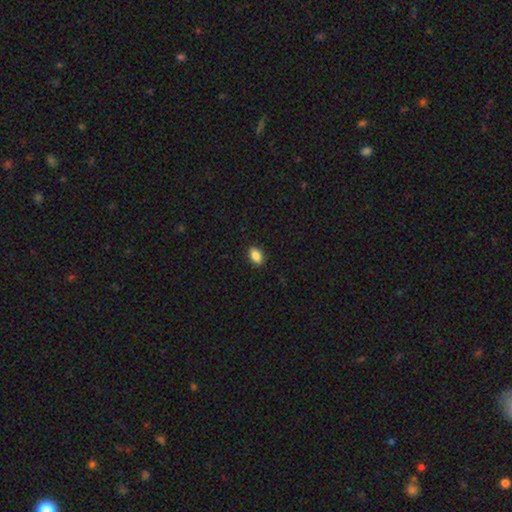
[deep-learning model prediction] This is clearly a smooth galaxy (88%). How rounded: clearly in between (89%). Merging: clearly none (89%).